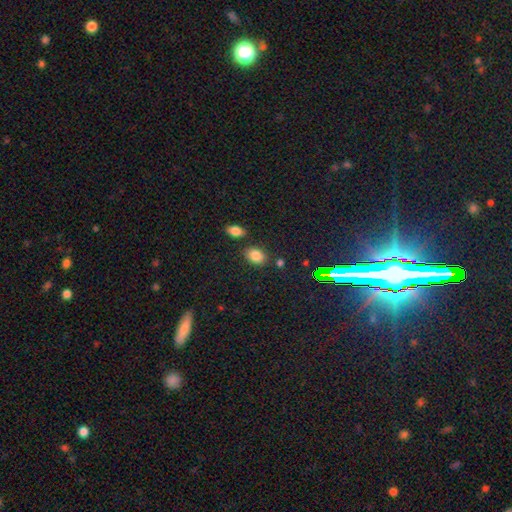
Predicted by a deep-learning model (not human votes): Morphology: type=smooth (81%); roundness=in between (72%); merging=none (78%).